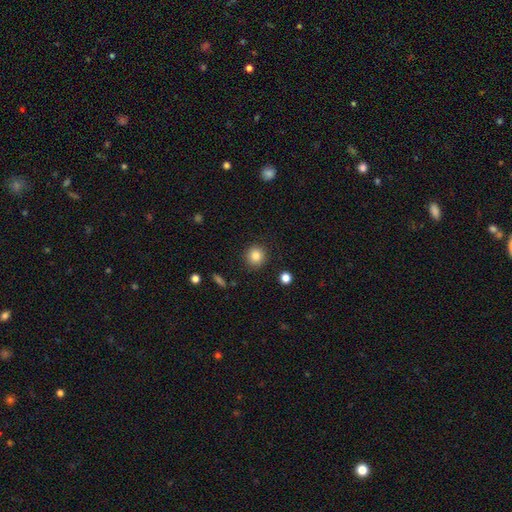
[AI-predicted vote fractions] smooth_or_featured: smooth (p=0.85) [alt: star or artifact p=0.10]
how_rounded: round (p=0.91) [alt: in between p=0.08]
merging: none (p=0.90) [alt: minor disturbance p=0.06]